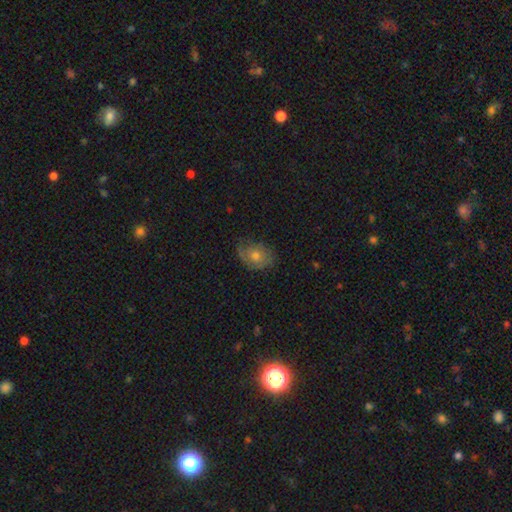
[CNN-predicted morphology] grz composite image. It shows a featured or disk galaxy (45%). Merging: none (68%).